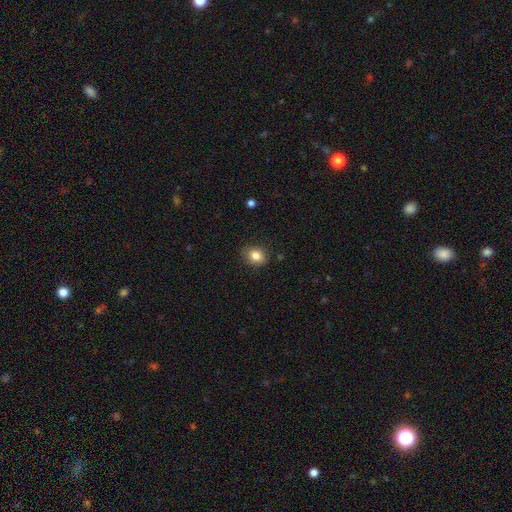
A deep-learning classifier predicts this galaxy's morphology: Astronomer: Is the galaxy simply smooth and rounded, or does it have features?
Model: smooth — 84%.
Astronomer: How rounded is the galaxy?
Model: round — 58% (runner-up: in between, 41%).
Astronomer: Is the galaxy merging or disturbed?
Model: none — 86%.